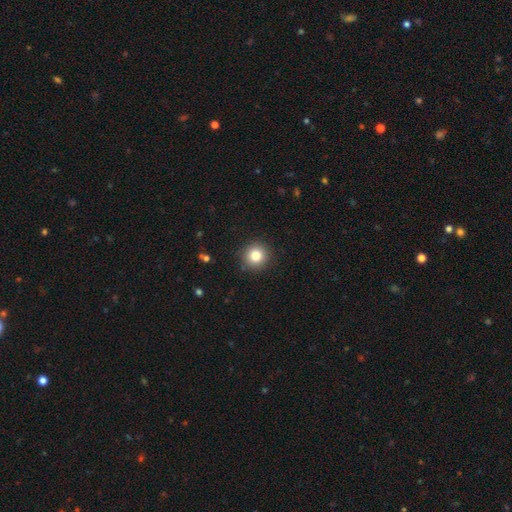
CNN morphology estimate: type=smooth (82%); roundness=round (95%); merging=none (91%).